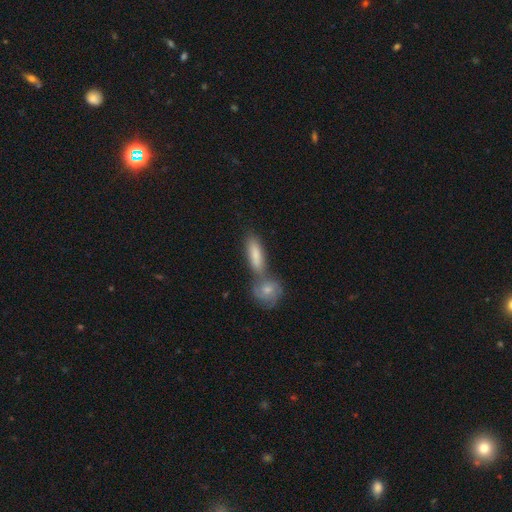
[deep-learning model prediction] Smooth or featured: smooth — 74% (featured or disk — 20%)
How rounded: in between — 48% (tied with cigar-shaped — 48%)
Merging: merger — 44% (none — 42%)